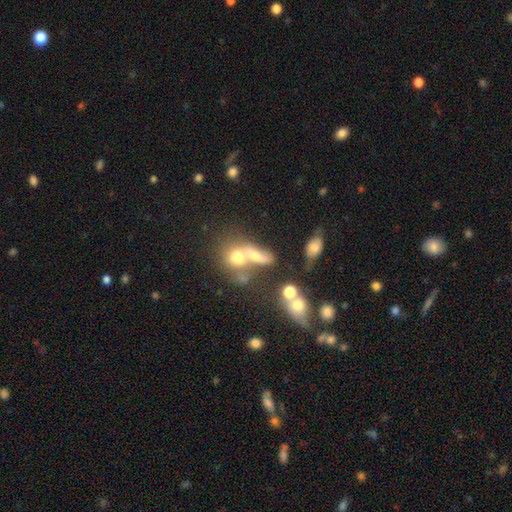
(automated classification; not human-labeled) Smooth or featured: smooth — 62% (featured or disk — 22%)
How rounded: in between — 54% (round — 36%)
Merging: merger — 59% (none — 22%)